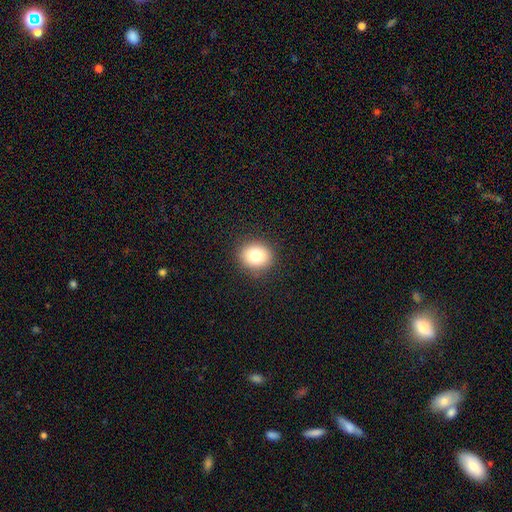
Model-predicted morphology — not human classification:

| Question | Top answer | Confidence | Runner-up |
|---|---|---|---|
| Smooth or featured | smooth | 79% | star or artifact (11%) |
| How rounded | round | 74% | in between (25%) |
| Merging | none | 90% | minor disturbance (7%) |